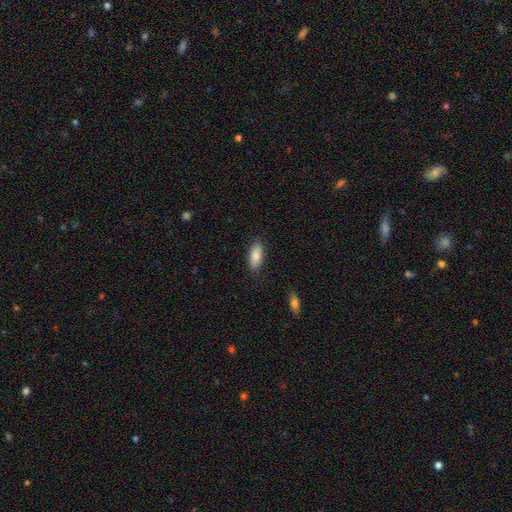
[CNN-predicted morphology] Smooth or featured: smooth — 85% (featured or disk — 9%)
How rounded: in between — 81% (cigar-shaped — 17%)
Merging: none — 85% (minor disturbance — 11%)